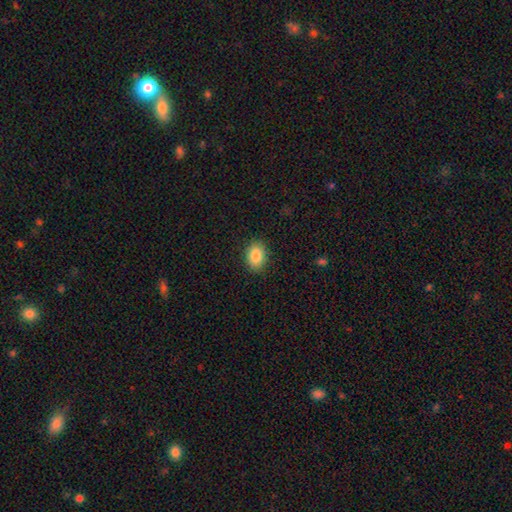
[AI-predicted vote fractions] This is clearly a smooth galaxy (86%). How rounded: likely in between (77%). Merging: clearly none (88%).